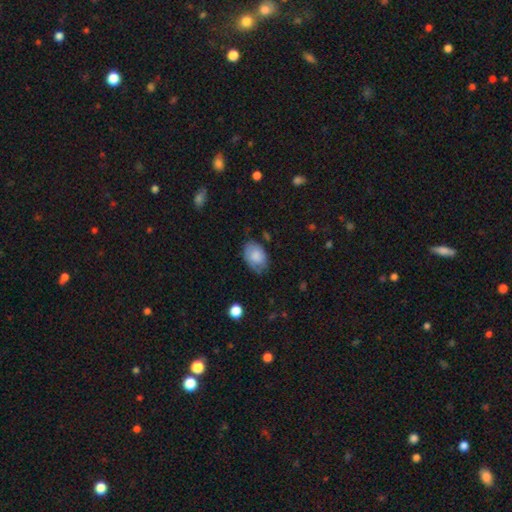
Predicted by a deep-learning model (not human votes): Smooth or featured? smooth (73%)
How rounded? in between (84%)
Merging? none (61%)